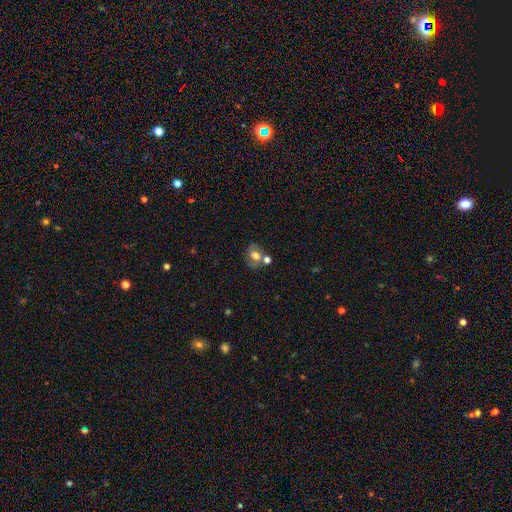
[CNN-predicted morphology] Smooth or featured?
  - smooth: 64% *
  - featured or disk: 26%
  - star or artifact: 10%
How rounded?
  - in between: 60% *
  - round: 39%
  - cigar-shaped: 1%
Merging?
  - none: 52% *
  - merger: 26%
  - minor disturbance: 16%
  - major disturbance: 6%